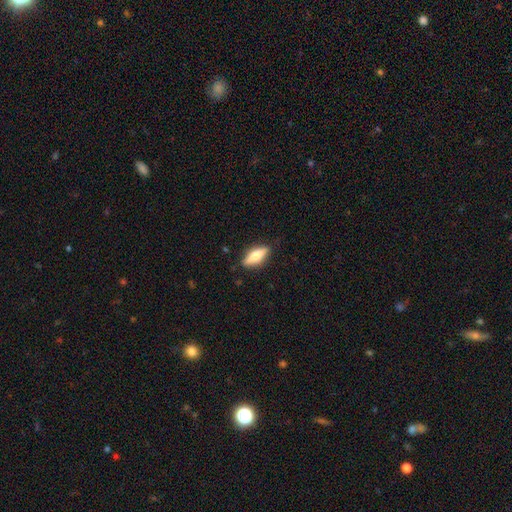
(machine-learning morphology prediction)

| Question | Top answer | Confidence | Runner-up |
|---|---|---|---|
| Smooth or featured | smooth | 51% | featured or disk (43%) |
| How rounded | in between | 53% | cigar-shaped (44%) |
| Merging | none | 86% | minor disturbance (11%) |